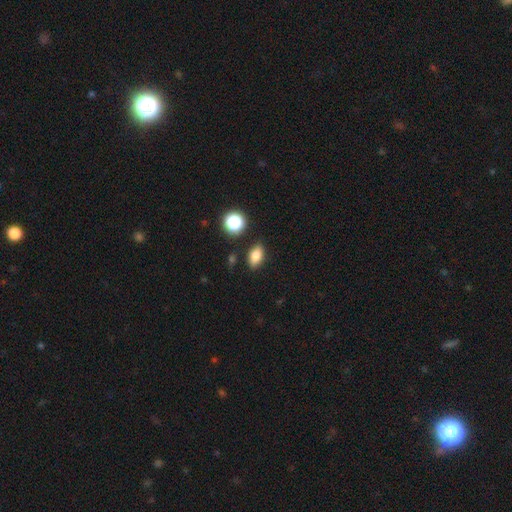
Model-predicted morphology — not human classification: Smooth or featured?
  - smooth: 81% *
  - star or artifact: 11%
  - featured or disk: 8%
How rounded?
  - in between: 84% *
  - round: 12%
  - cigar-shaped: 4%
Merging?
  - none: 84% *
  - minor disturbance: 10%
  - merger: 3%
  - major disturbance: 3%